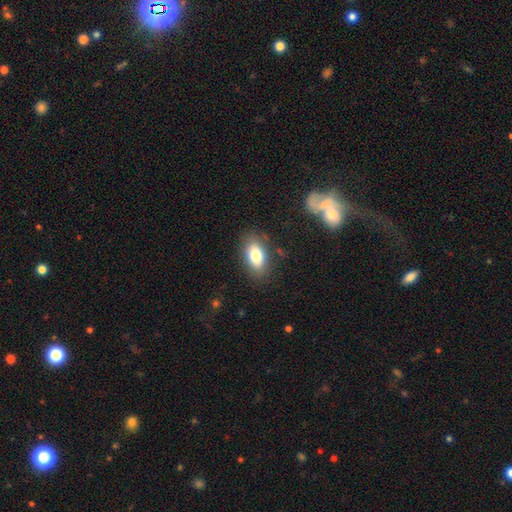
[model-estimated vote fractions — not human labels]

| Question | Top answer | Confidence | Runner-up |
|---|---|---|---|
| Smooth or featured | smooth | 79% | featured or disk (13%) |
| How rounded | in between | 90% | round (6%) |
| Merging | none | 83% | minor disturbance (12%) |